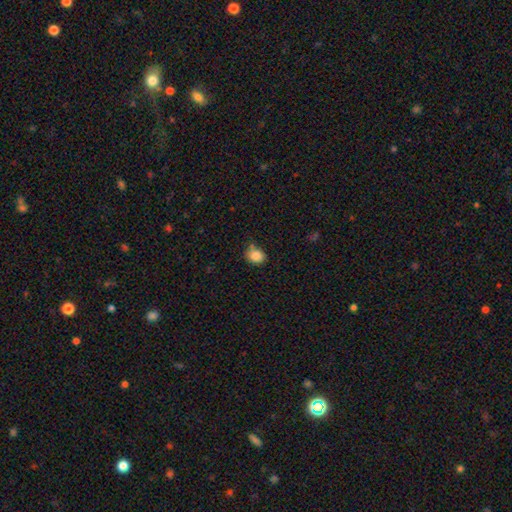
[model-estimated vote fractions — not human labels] Morphology: type=smooth (85%); roundness=round (57%); merging=none (67%).